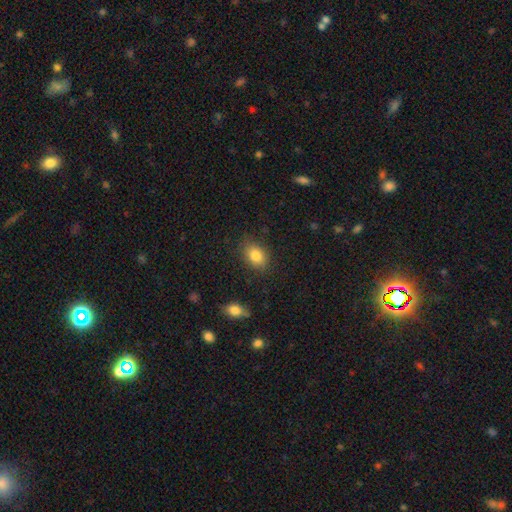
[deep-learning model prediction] A smooth galaxy with no disk features (83%) that is in between round and cigar-shaped (73%). Merging: none (83%).